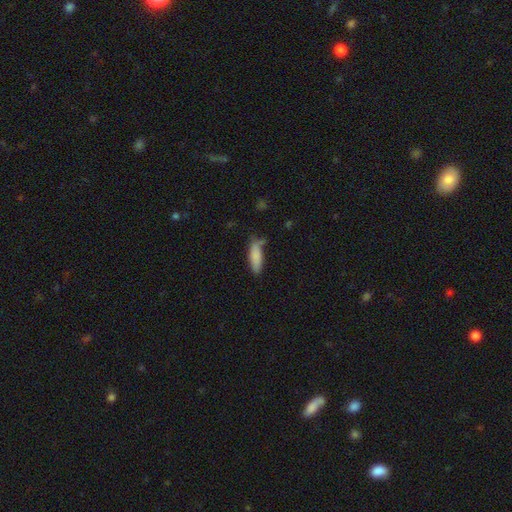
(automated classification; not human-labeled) The model was most divided on "how rounded": in between: 59%, cigar-shaped: 39%, round: 2%. More confident: smooth or featured — smooth (85%); merging — none (61%).